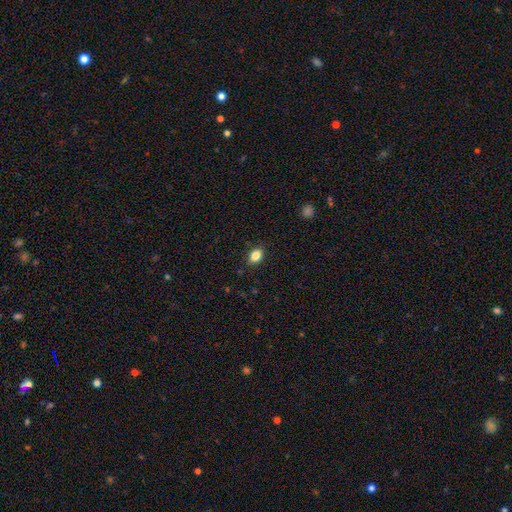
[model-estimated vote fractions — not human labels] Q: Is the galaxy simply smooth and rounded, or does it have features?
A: smooth — 85%.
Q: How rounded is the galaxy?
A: in between — 77%.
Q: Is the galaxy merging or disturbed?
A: none — 88%.